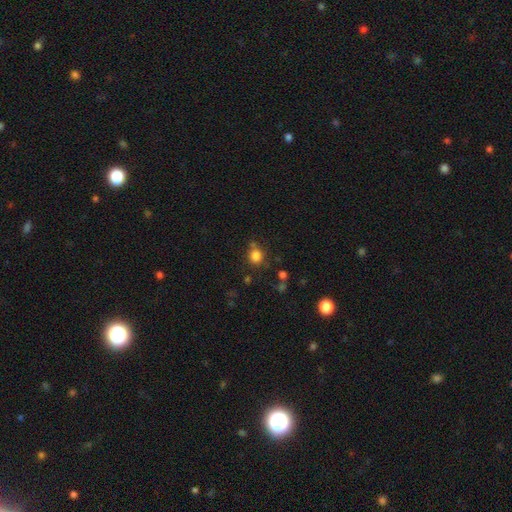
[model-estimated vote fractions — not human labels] Smooth or featured: smooth — 82% (star or artifact — 12%)
How rounded: round — 78% (in between — 21%)
Merging: none — 71% (minor disturbance — 15%)